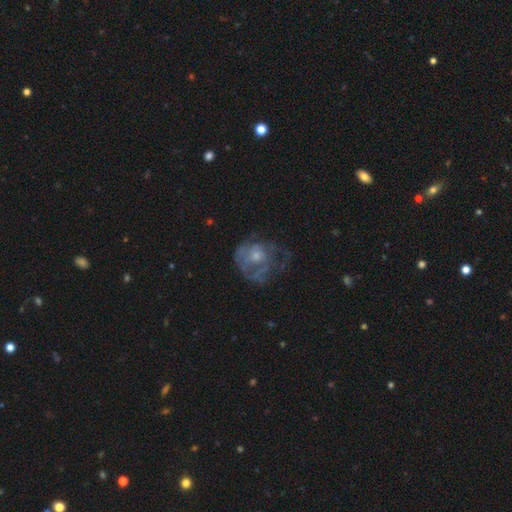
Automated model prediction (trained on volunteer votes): A featured or disk galaxy (61%) with no bar (83%), no spiral arms (55%) and a small central bulge (49%). Merging: none (43%).